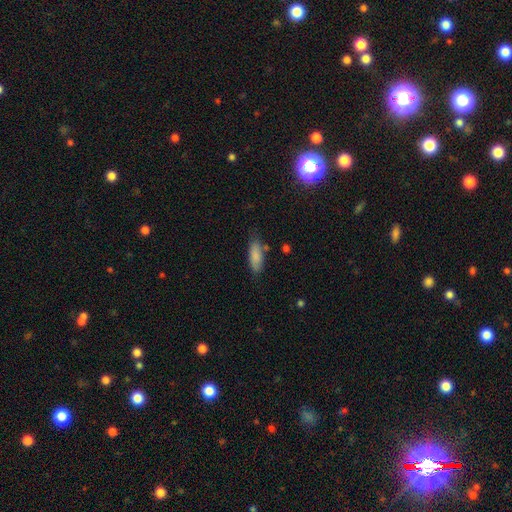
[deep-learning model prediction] This is clearly a smooth galaxy (85%). How rounded: likely in between (65%). Merging: likely none (72%).